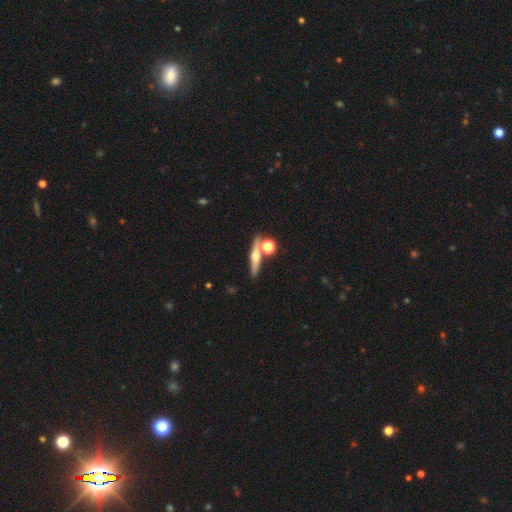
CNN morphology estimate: smooth_or_featured: featured or disk (p=0.56) [alt: smooth p=0.34]
disk_edge_on: yes (p=0.91) [alt: no p=0.09]
edge_on_bulge: rounded (p=0.91) [alt: none p=0.06]
merging: none (p=0.74) [alt: merger p=0.14]